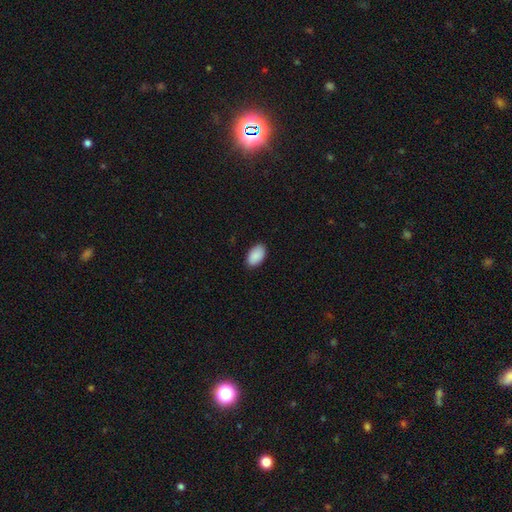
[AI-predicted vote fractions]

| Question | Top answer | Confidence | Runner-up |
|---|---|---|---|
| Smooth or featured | smooth | 91% | star or artifact (6%) |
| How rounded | in between | 95% | round (4%) |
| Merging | none | 88% | minor disturbance (9%) |